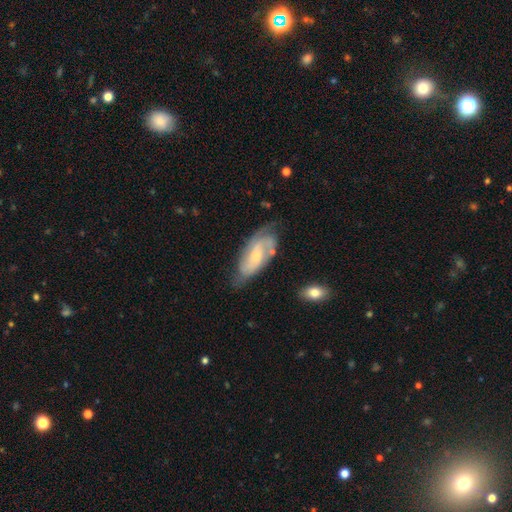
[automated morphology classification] Smooth or featured? featured or disk (67%)
Edge-on disk? no (91%)
Bar? no (54%)
Spiral arms? yes (88%)
Spiral winding? tight (42%)
Spiral arm count? 2 (50%)
Bulge size? small (59%)
Merging? none (57%)